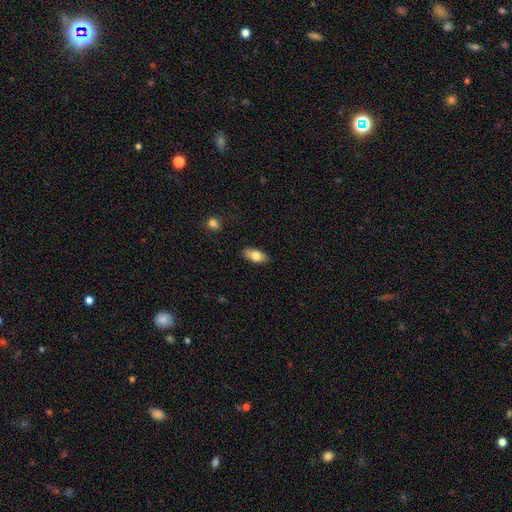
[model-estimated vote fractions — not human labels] Smooth or featured? Predicted: smooth (p=0.78). How rounded? Predicted: in between (p=0.89). Merging? Predicted: none (p=0.87).